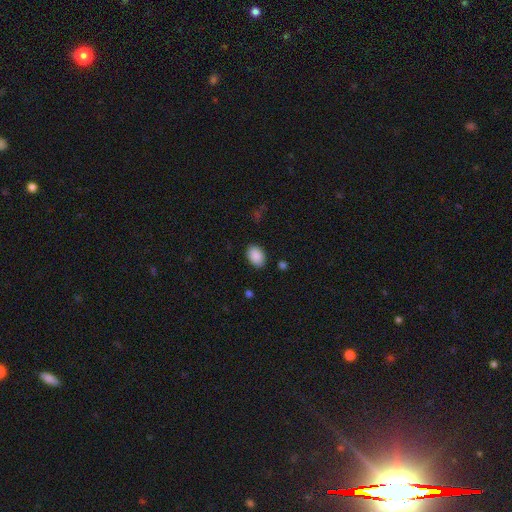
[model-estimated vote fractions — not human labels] Overall: smooth (90%). How rounded: in between (84%). Merging: none (87%).